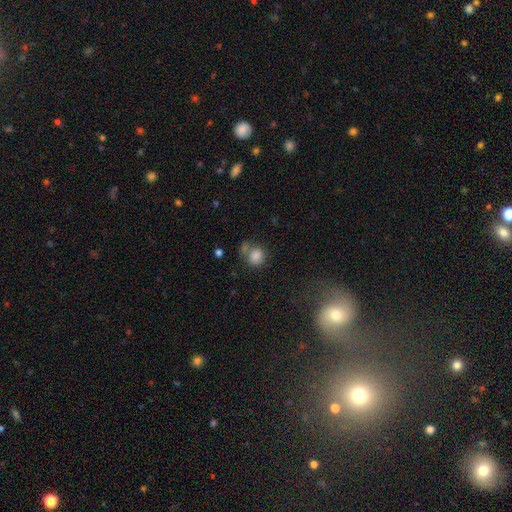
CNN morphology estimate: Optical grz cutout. It shows a smooth galaxy with no disk features (83%) that is round (77%). Merging: none (52%).